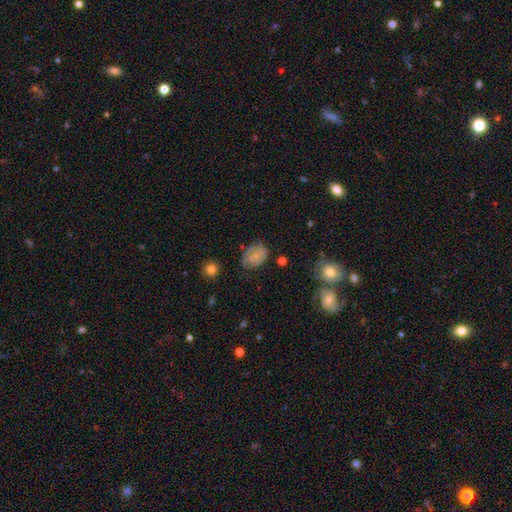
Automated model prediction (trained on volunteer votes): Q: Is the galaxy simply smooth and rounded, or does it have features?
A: smooth — 63%.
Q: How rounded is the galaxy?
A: in between — 71%.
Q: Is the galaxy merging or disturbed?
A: none — 63%.